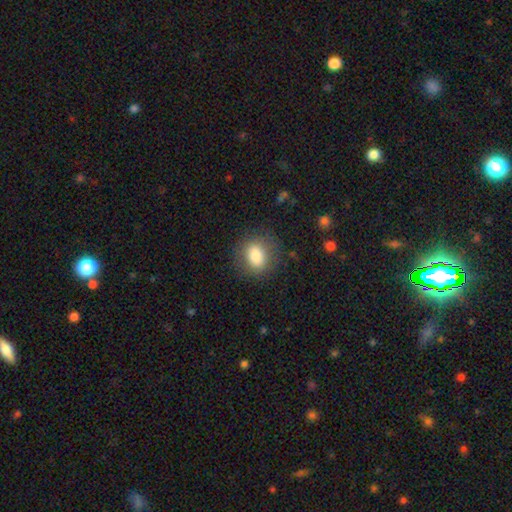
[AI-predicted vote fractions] A smooth galaxy with no disk features (81%) that is round (52%).

Vote fractions:
- Smooth or featured? smooth: 81% / featured or disk: 11% / star or artifact: 8%
- How rounded? round: 52% / in between: 46% / cigar-shaped: 1%
- Merging? none: 81% / minor disturbance: 13% / major disturbance: 5% / merger: 1%